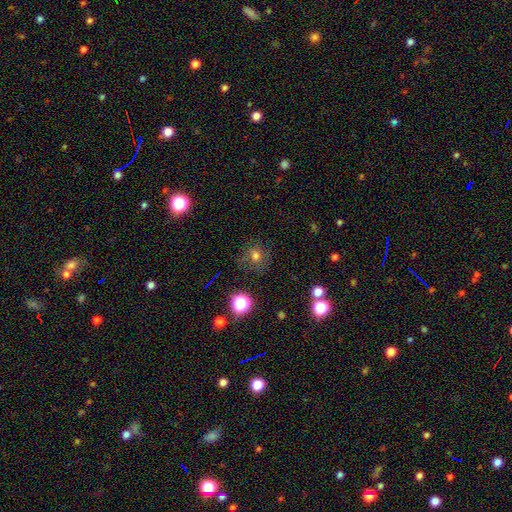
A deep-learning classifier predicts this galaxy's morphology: Smooth or featured: smooth — 64% (star or artifact — 25%)
How rounded: round — 83% (in between — 16%)
Merging: none — 74% (minor disturbance — 16%)